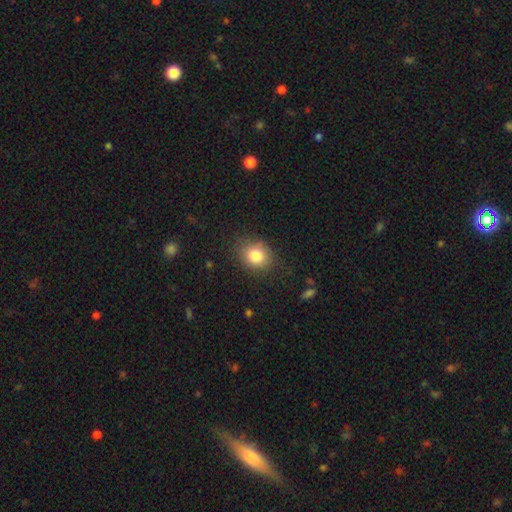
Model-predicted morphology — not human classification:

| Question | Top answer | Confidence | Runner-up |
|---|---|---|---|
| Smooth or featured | smooth | 82% | star or artifact (10%) |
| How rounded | round | 57% | in between (42%) |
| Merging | none | 83% | minor disturbance (12%) |